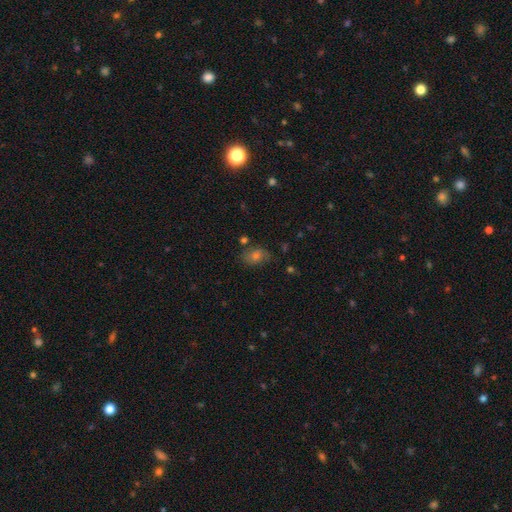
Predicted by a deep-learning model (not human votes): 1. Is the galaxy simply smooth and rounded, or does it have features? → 55% smooth, 26% star or artifact, 19% featured or disk.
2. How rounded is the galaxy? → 71% in between, 27% round, 2% cigar-shaped.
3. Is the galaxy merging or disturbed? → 70% none, 19% minor disturbance, 7% major disturbance, 4% merger.